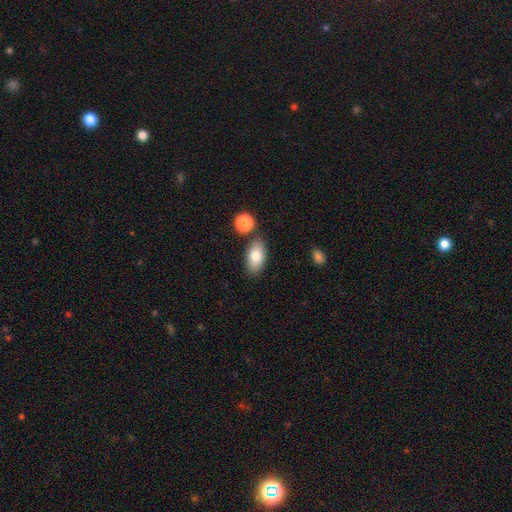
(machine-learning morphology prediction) Q: Smooth or featured?
A: smooth (81%); runner-up: featured or disk (12%)
Q: How rounded?
A: in between (93%); runner-up: round (4%)
Q: Merging?
A: none (79%); runner-up: minor disturbance (11%)